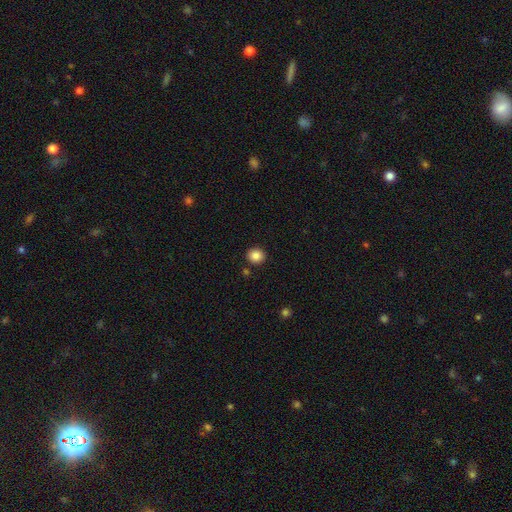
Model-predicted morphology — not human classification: Smooth or featured? smooth (86%)
How rounded? round (86%)
Merging? none (90%)